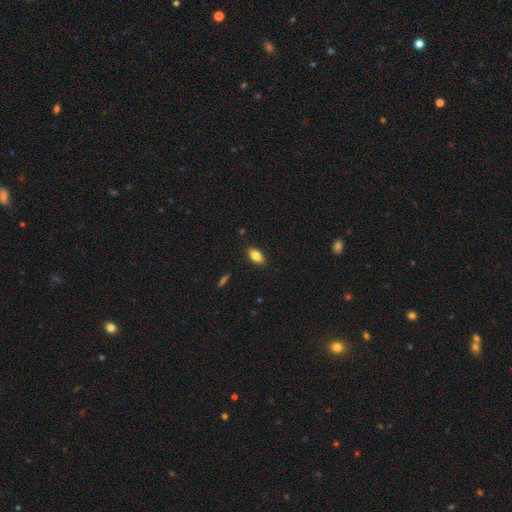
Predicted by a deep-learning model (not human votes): Smooth or featured: smooth — 82% (featured or disk — 11%)
How rounded: in between — 90% (cigar-shaped — 5%)
Merging: none — 88% (minor disturbance — 9%)